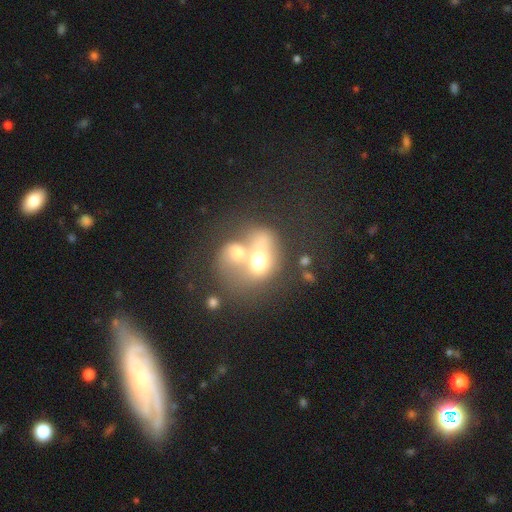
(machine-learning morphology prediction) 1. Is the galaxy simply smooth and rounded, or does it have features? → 47% smooth, 41% featured or disk, 12% star or artifact.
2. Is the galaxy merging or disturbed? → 74% merger, 13% none, 7% major disturbance, 6% minor disturbance.